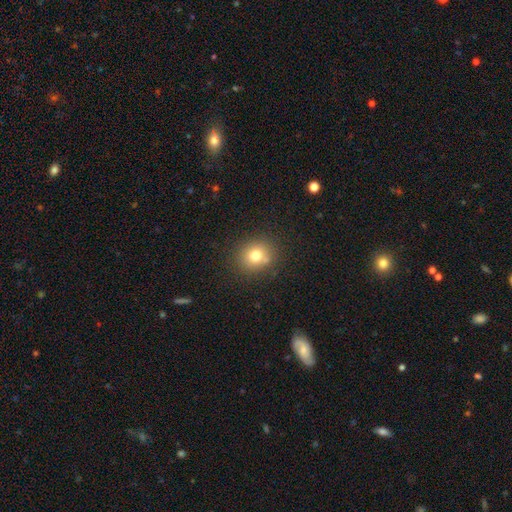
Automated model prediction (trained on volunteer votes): A smooth galaxy with no disk features (75%) that is round (77%). Merging: none (77%).